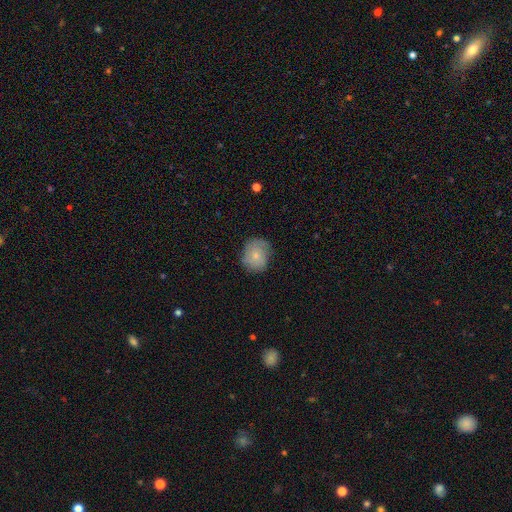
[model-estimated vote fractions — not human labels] Smooth or featured? smooth (72%)
How rounded? round (70%)
Merging? none (68%)